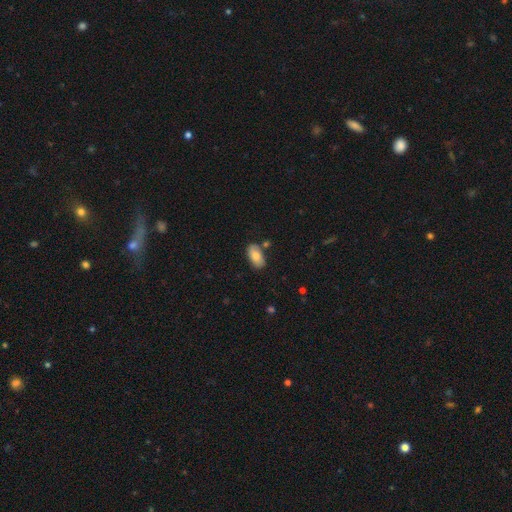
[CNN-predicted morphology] type=smooth (80%); roundness=in between (94%); merging=none (77%).